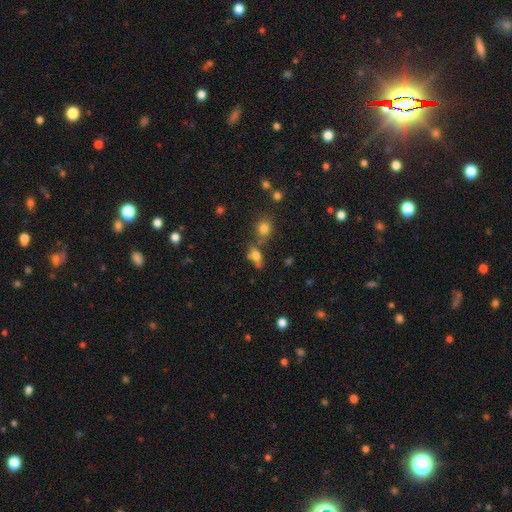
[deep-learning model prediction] Overall: smooth (64%). How rounded: in between (70%). Merging: none (46%; merger 24%).